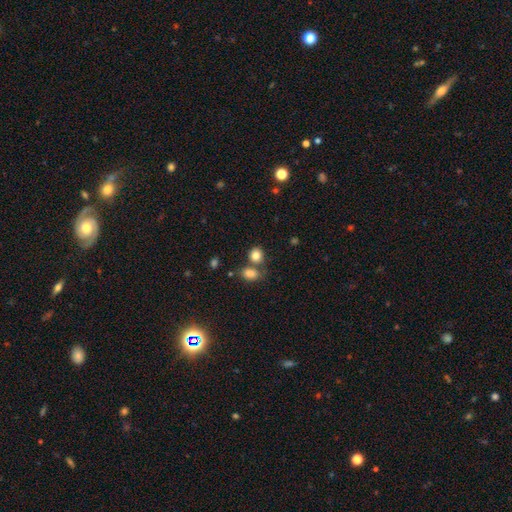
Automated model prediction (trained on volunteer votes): This is clearly a smooth galaxy (83%). How rounded: likely round (65%). Merging: possibly none (57%).